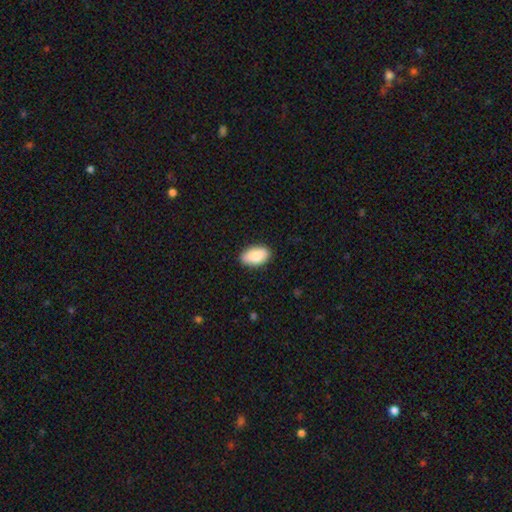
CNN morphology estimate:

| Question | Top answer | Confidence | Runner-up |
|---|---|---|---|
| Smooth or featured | smooth | 88% | featured or disk (6%) |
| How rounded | in between | 94% | round (4%) |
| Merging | none | 88% | minor disturbance (9%) |